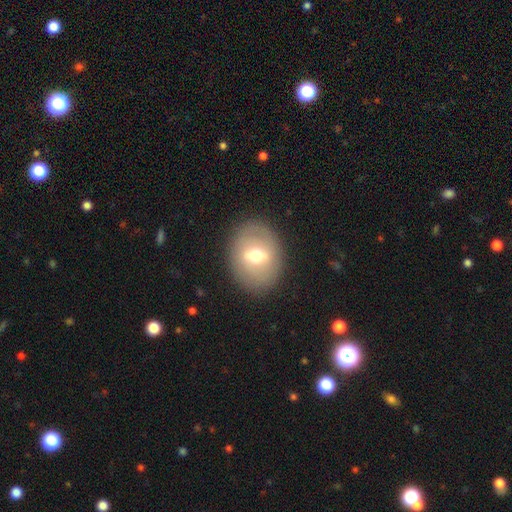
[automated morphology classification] Smooth or featured? Predicted: smooth (p=0.49). Merging? Predicted: none (p=0.85).